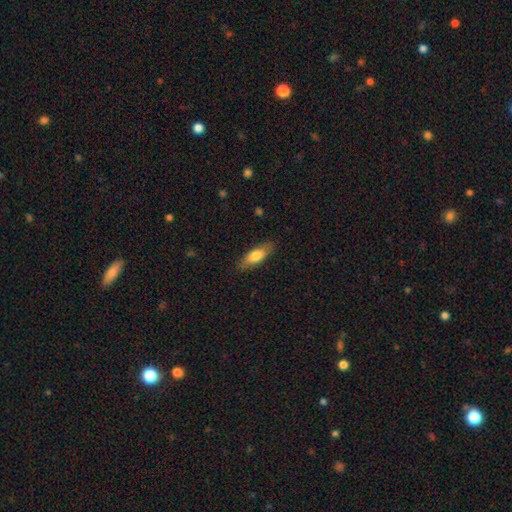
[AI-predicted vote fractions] Smooth or featured? smooth (73%)
How rounded? in between (61%)
Merging? none (85%)